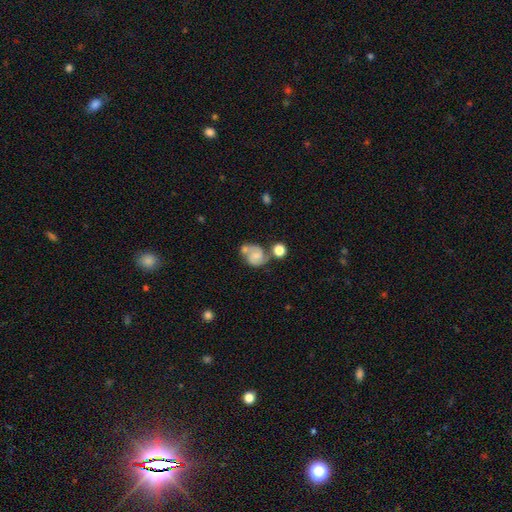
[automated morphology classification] Smooth or featured?
  - featured or disk: 63% *
  - smooth: 28%
  - star or artifact: 9%
Edge-on disk?
  - no: 98% *
  - yes: 2%
Bar?
  - no: 63% *
  - weak: 31%
  - strong: 6%
Spiral arms?
  - yes: 91% *
  - no: 9%
Spiral winding?
  - medium: 50% *
  - tight: 29%
  - loose: 21%
Spiral arm count?
  - 2: 84% *
  - can't tell: 8%
  - 1: 4%
  - 3: 3%
  - 4: 1%
  - more than 4: 1%
Bulge size?
  - small: 52% *
  - moderate: 25%
  - none: 19%
  - large: 3%
  - dominant: 2%
Merging?
  - none: 42% *
  - merger: 31%
  - minor disturbance: 18%
  - major disturbance: 9%